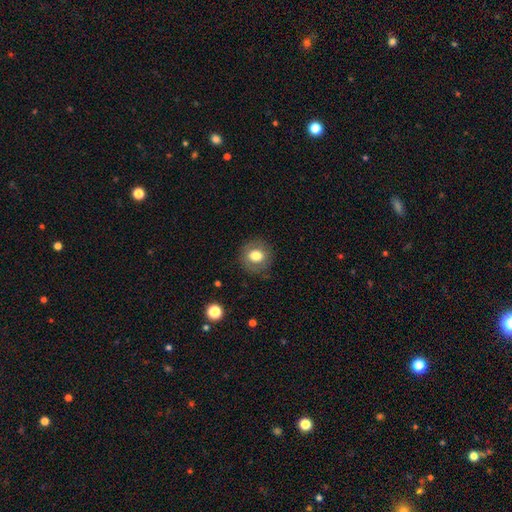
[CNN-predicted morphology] Smooth or featured?
  - smooth: 73% *
  - featured or disk: 18%
  - star or artifact: 9%
How rounded?
  - round: 81% *
  - in between: 18%
  - cigar-shaped: 1%
Merging?
  - none: 84% *
  - minor disturbance: 11%
  - major disturbance: 4%
  - merger: 1%